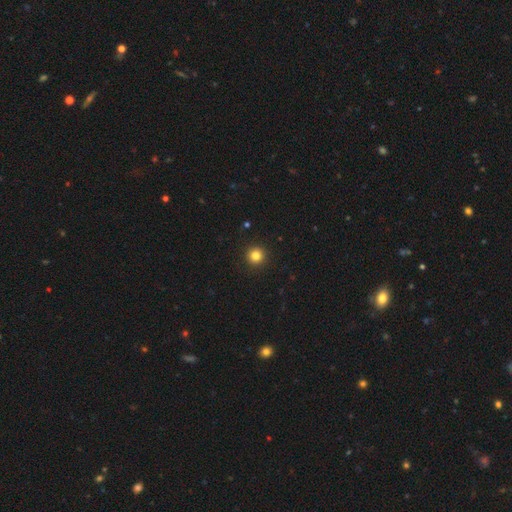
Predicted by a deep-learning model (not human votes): This appears to be a smooth galaxy with no disk features (82%) that is round (96%). Merging: none (94%).